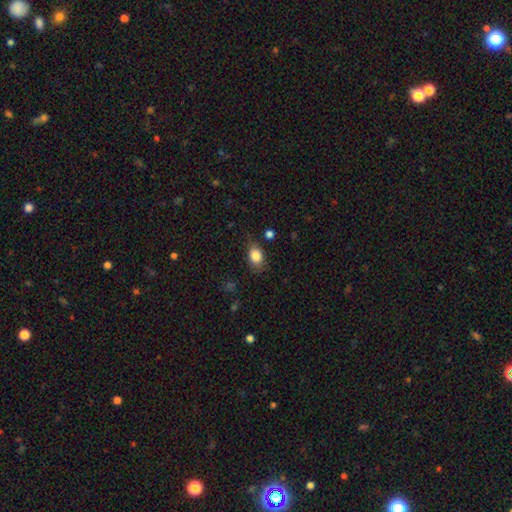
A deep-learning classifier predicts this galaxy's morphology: Smooth or featured: smooth — 84% (star or artifact — 9%)
How rounded: in between — 75% (round — 24%)
Merging: none — 74% (minor disturbance — 19%)